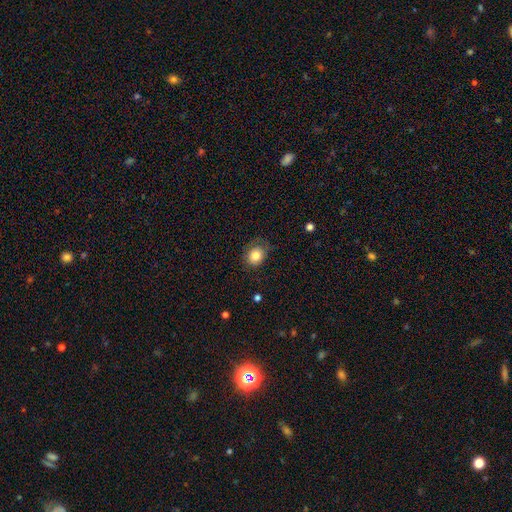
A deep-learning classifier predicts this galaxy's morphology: A smooth galaxy with no disk features (80%) that is round (60%). Merging: none (65%).